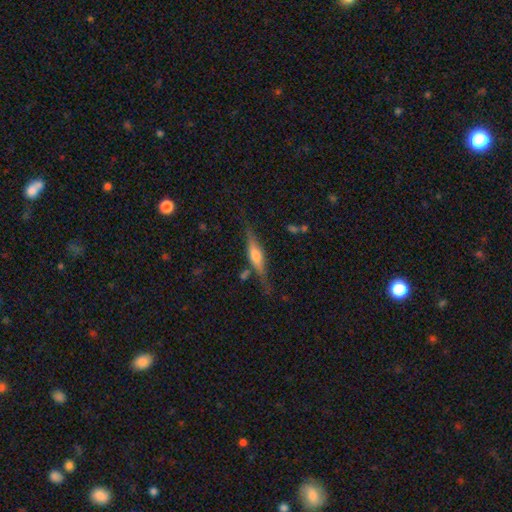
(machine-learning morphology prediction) The model was most divided on "smooth or featured": featured or disk: 67%, smooth: 26%, star or artifact: 7%. More confident: edge-on disk — yes (95%); edge-on bulge — rounded (85%); merging — none (75%).